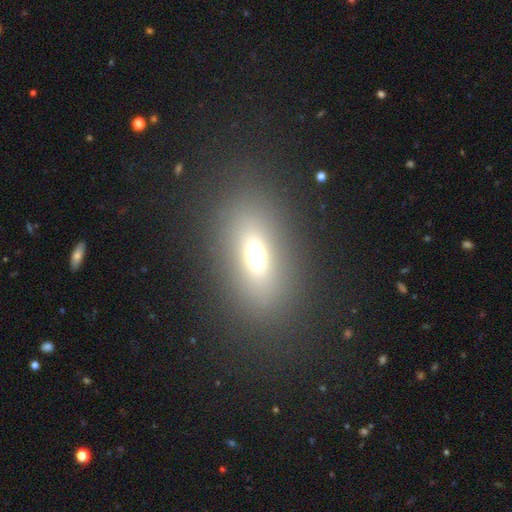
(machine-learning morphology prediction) Q: Smooth or featured?
A: smooth (63%); runner-up: star or artifact (19%)
Q: How rounded?
A: in between (76%); runner-up: round (17%)
Q: Merging?
A: none (81%); runner-up: minor disturbance (10%)